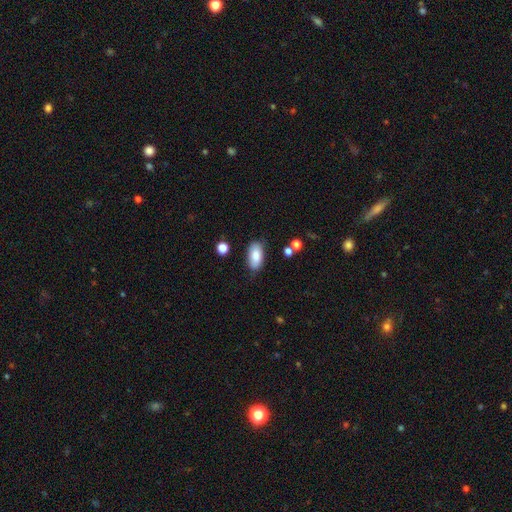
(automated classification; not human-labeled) Smooth or featured? Predicted: smooth (p=0.84). How rounded? Predicted: in between (p=0.92). Merging? Predicted: none (p=0.79).